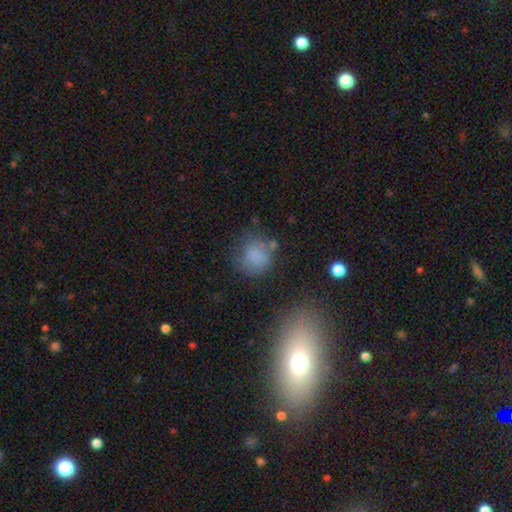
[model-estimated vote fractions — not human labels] Smooth or featured? smooth (76%)
How rounded? round (79%)
Merging? none (57%)